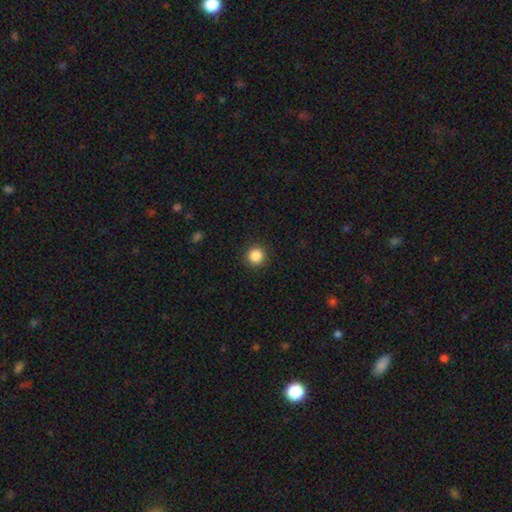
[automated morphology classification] This appears to be a smooth galaxy with no disk features (86%) that is round (95%). Merging: none (92%).